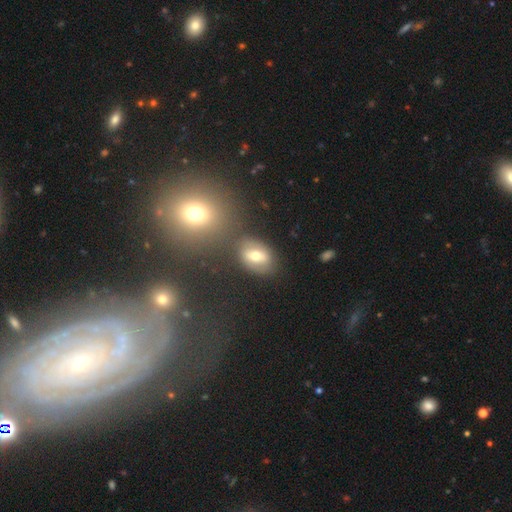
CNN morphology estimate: A smooth galaxy with no disk features (58%) that is in between round and cigar-shaped (73%). Merging: none (74%).